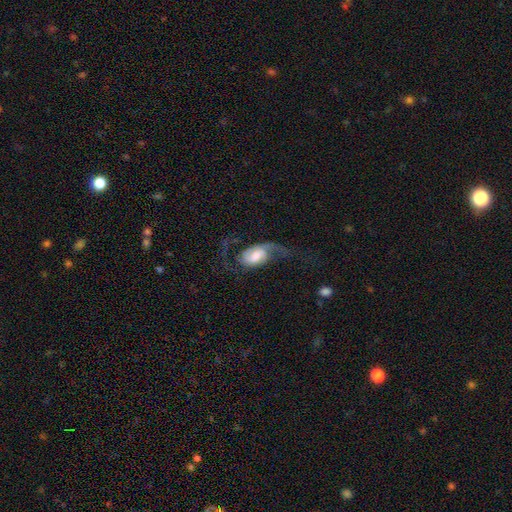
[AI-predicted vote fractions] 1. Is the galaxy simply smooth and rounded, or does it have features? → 82% featured or disk, 13% smooth, 6% star or artifact.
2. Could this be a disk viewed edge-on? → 96% no, 4% yes.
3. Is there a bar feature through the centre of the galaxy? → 48% weak, 36% no, 16% strong.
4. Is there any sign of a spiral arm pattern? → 95% yes, 5% no.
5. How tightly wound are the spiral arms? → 56% loose, 34% medium, 10% tight.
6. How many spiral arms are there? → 88% 2, 5% 1, 3% can't tell, 2% 3, 1% 4, 1% more than 4.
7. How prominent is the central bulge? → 41% moderate, 29% large, 18% small, 8% none, 5% dominant.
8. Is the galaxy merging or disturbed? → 52% none, 29% major disturbance, 17% minor disturbance, 2% merger.